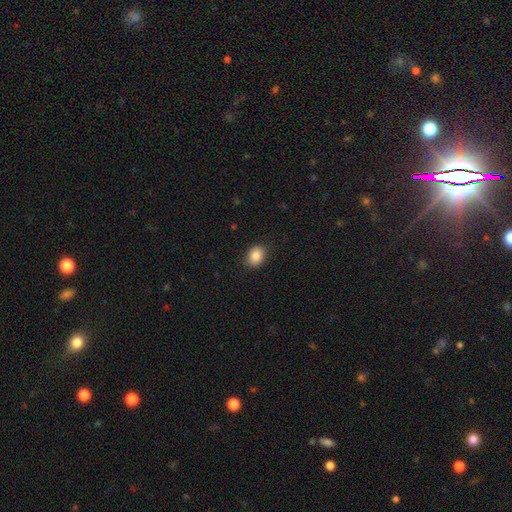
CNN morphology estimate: type=smooth (87%); roundness=in between (65%); merging=none (88%).